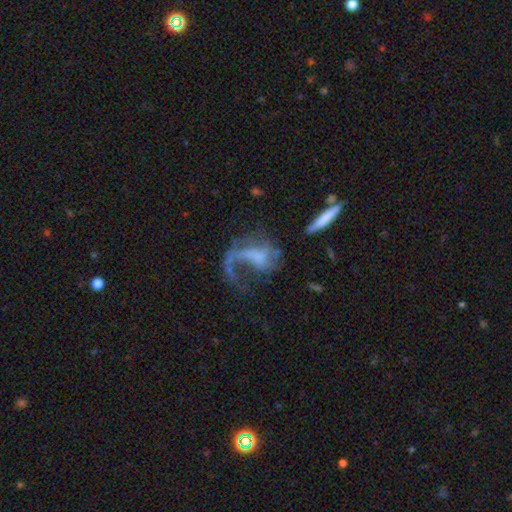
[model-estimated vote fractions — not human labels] featured or disk 69%, smooth 19%, star or artifact 12%. Down the decision tree: edge-on disk — no (94%); bar — no (56%); spiral arms — yes (75%); bulge size — none (55%); merging — major disturbance (50%).